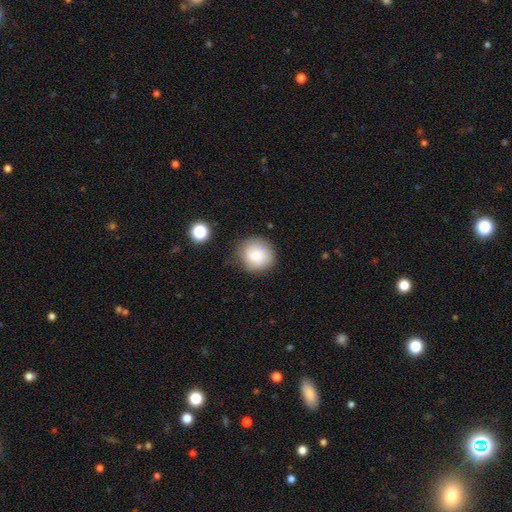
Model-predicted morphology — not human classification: type=smooth (77%); roundness=round (90%); merging=none (78%).